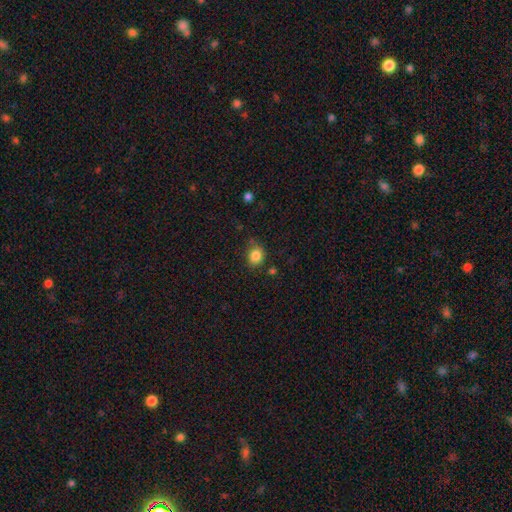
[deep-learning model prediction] Smooth or featured? Predicted: smooth (p=0.85). How rounded? Predicted: round (p=0.64). Merging? Predicted: none (p=0.75).